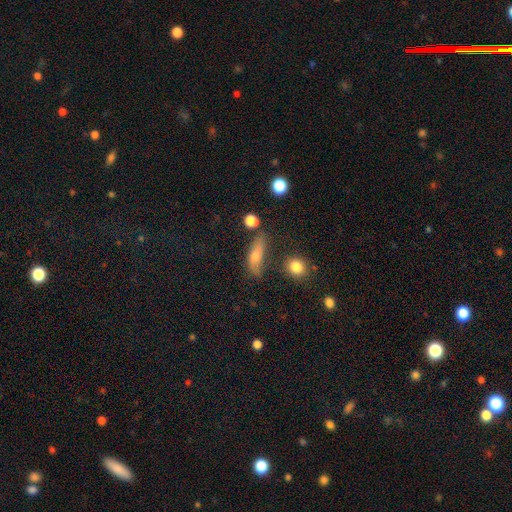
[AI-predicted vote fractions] A smooth galaxy with no disk features (61%) that is in between round and cigar-shaped (52%). Merging: none (59%).